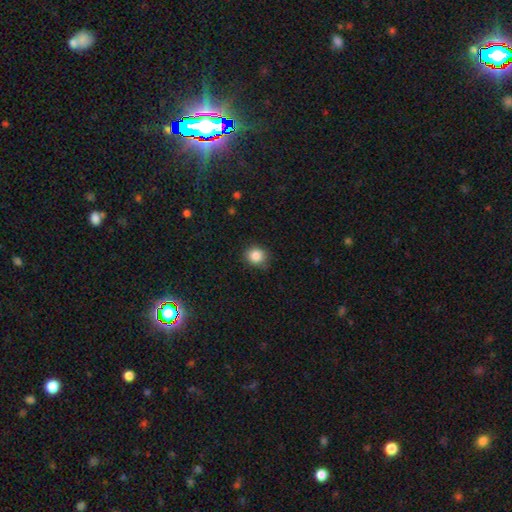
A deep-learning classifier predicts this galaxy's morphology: smooth-or-featured: smooth: 85% | star or artifact: 10% | featured or disk: 4%
  how-rounded: round: 81% | in between: 18% | cigar-shaped: 1%
  merging: none: 83% | minor disturbance: 13% | major disturbance: 3% | merger: 1%